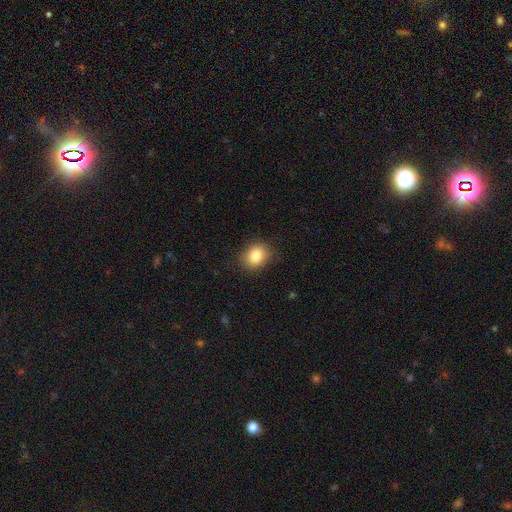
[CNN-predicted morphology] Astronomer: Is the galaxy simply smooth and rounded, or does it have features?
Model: smooth — 84%.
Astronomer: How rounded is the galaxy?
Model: round — 53% (runner-up: in between, 46%).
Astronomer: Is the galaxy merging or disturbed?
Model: none — 86%.